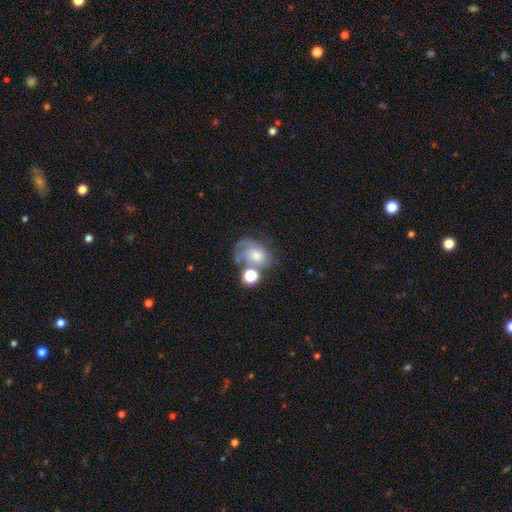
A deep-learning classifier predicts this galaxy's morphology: Smooth or featured? smooth (56%)
How rounded? in between (57%)
Merging? none (33%)